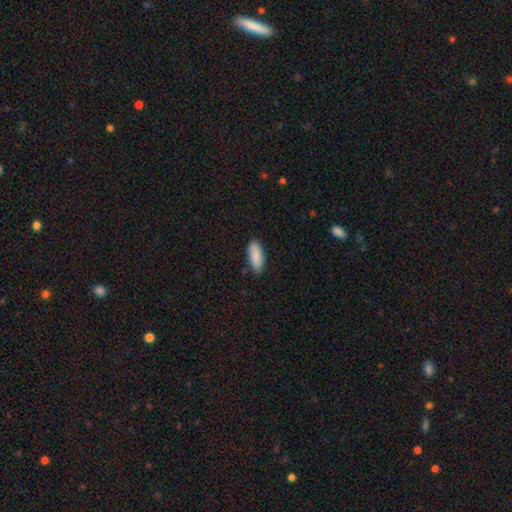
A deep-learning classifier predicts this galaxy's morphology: Overall: smooth (88%). How rounded: in between (78%). Merging: none (85%).